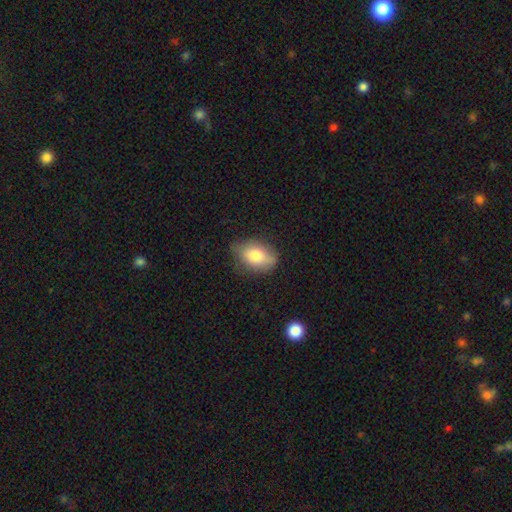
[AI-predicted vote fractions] A smooth galaxy with no disk features (78%) that is in between round and cigar-shaped (85%).

Vote fractions:
- Smooth or featured? smooth: 78% / featured or disk: 15% / star or artifact: 7%
- How rounded? in between: 85% / round: 13% / cigar-shaped: 2%
- Merging? none: 69% / minor disturbance: 24% / major disturbance: 5% / merger: 1%